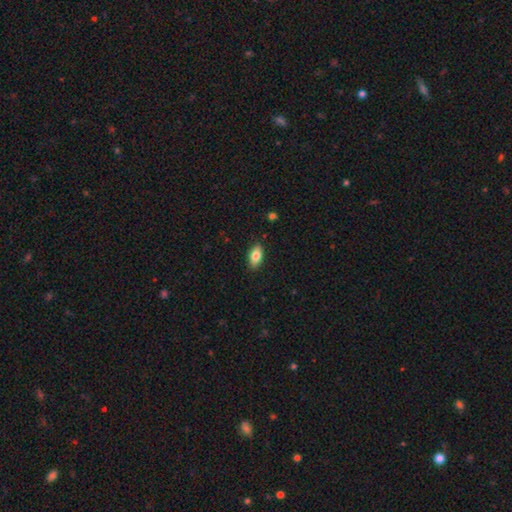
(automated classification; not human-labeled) This appears to be a smooth galaxy with no disk features (80%) that is in between round and cigar-shaped (89%). Merging: none (88%).